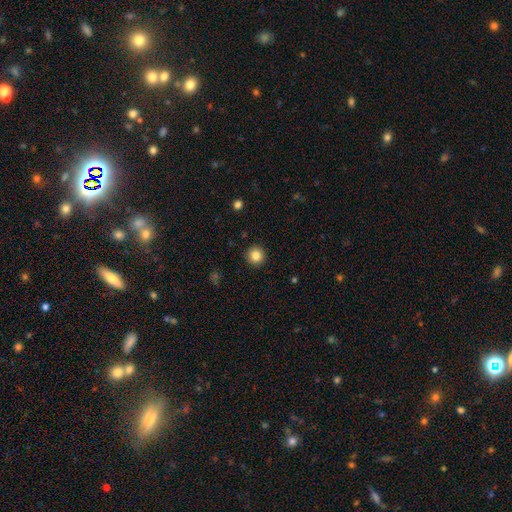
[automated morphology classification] This appears to be a smooth galaxy with no disk features (84%) that is round (95%). Merging: none (92%).